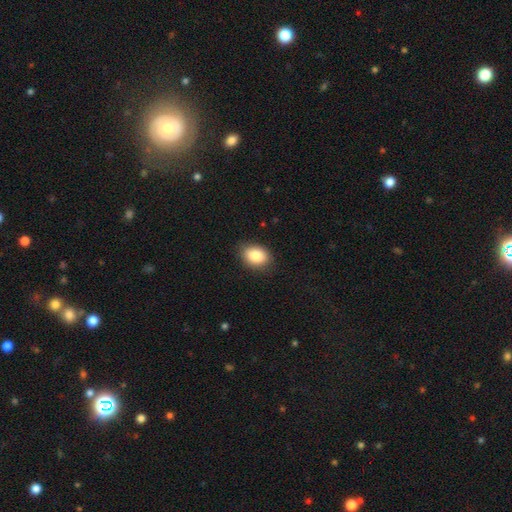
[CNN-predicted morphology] A smooth galaxy with no disk features (86%) that is in between round and cigar-shaped (73%).

Vote fractions:
- Smooth or featured? smooth: 86% / star or artifact: 8% / featured or disk: 6%
- How rounded? in between: 73% / round: 26% / cigar-shaped: 1%
- Merging? none: 85% / minor disturbance: 12% / major disturbance: 3% / merger: 1%